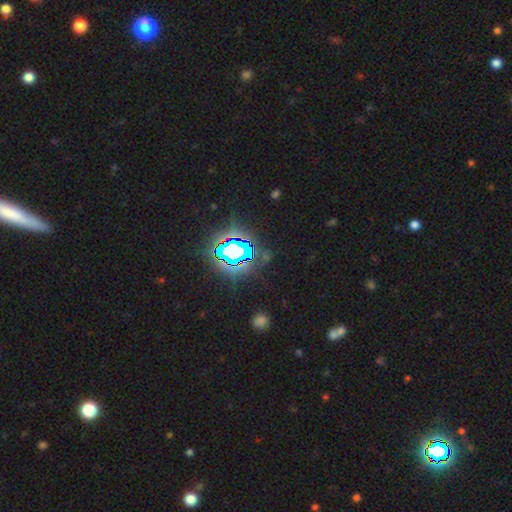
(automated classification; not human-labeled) Smooth or featured? Predicted: star or artifact (p=0.80).